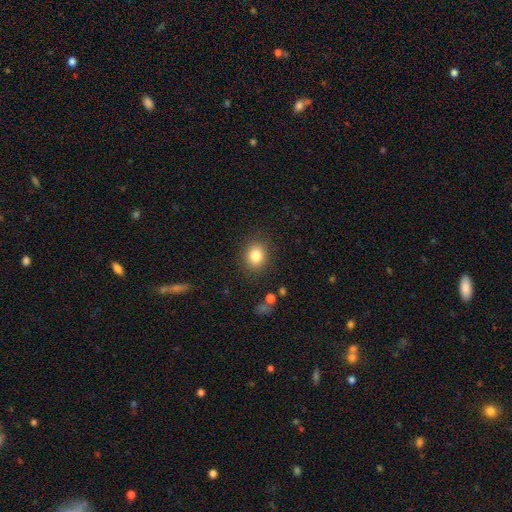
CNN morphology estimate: The model was most divided on "how rounded": round: 68%, in between: 31%, cigar-shaped: 1%. More confident: merging — none (87%); smooth or featured — smooth (83%).